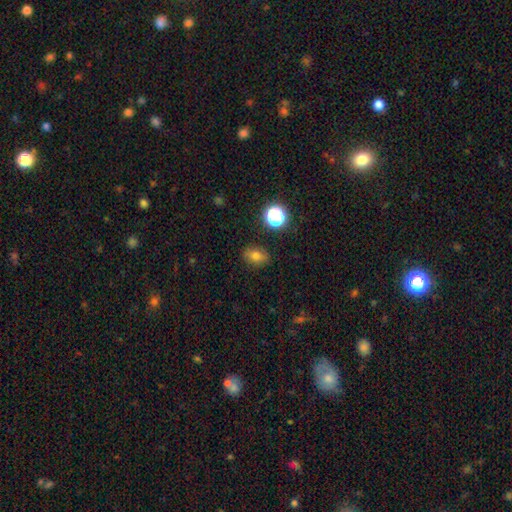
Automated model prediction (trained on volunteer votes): smooth_or_featured: smooth (p=0.76) [alt: star or artifact p=0.14]
how_rounded: in between (p=0.70) [alt: round p=0.28]
merging: none (p=0.85) [alt: minor disturbance p=0.11]